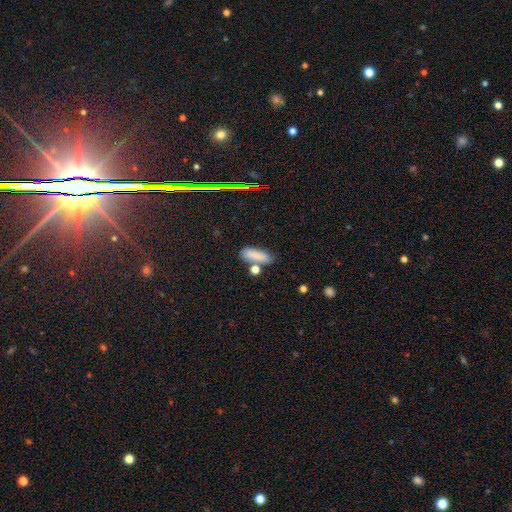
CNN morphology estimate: The model was most divided on "how rounded": in between: 59%, cigar-shaped: 36%, round: 5%. More confident: smooth or featured — smooth (82%); merging — none (66%).